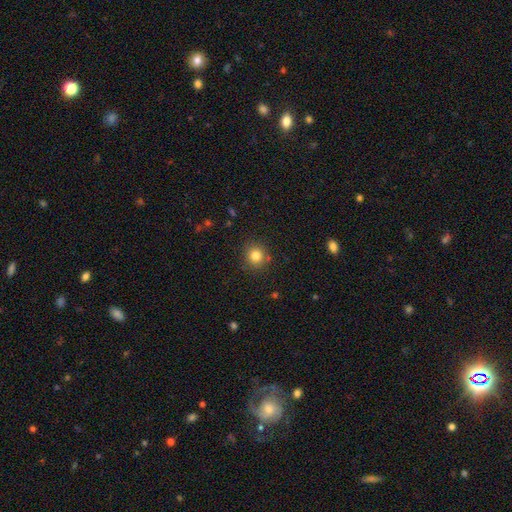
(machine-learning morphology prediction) Smooth or featured?
  - smooth: 82% *
  - star or artifact: 12%
  - featured or disk: 6%
How rounded?
  - round: 91% *
  - in between: 9%
  - cigar-shaped: 1%
Merging?
  - none: 85% *
  - minor disturbance: 9%
  - major disturbance: 3%
  - merger: 3%